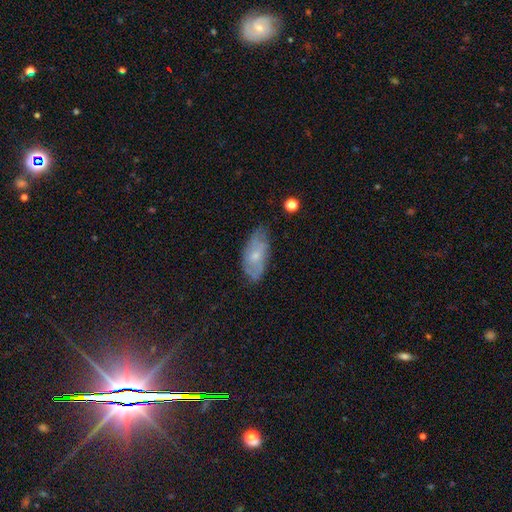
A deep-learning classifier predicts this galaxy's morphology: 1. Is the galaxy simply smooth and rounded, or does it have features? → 47% smooth, 45% featured or disk, 8% star or artifact.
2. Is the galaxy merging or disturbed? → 67% none, 26% minor disturbance, 6% major disturbance, 2% merger.